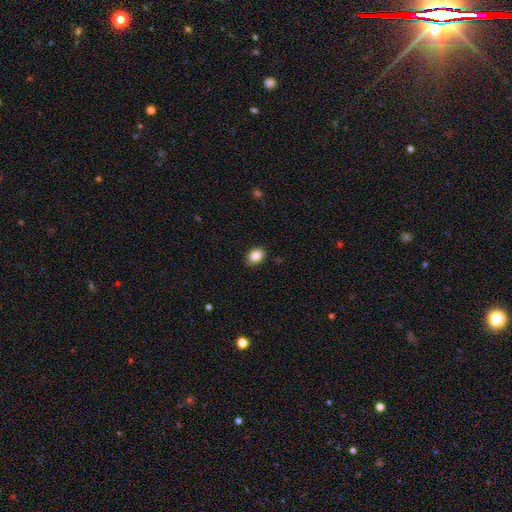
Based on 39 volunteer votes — A smooth galaxy with no disk features (95%) that is in between round and cigar-shaped (68%). Merging: none (92%).